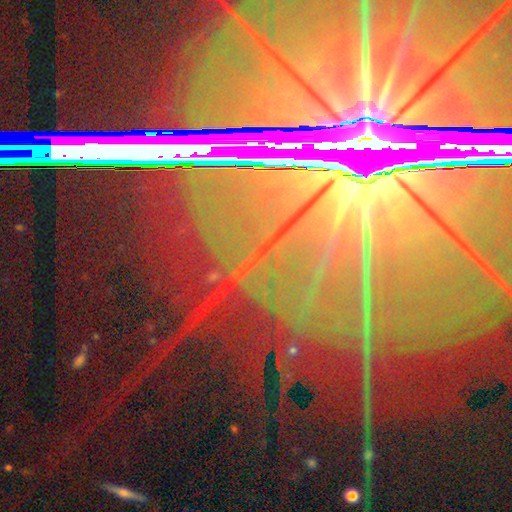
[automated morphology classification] A star or artifact, not a galaxy (87%).

Vote fractions:
- Smooth or featured? star or artifact: 87% / featured or disk: 8% / smooth: 5%